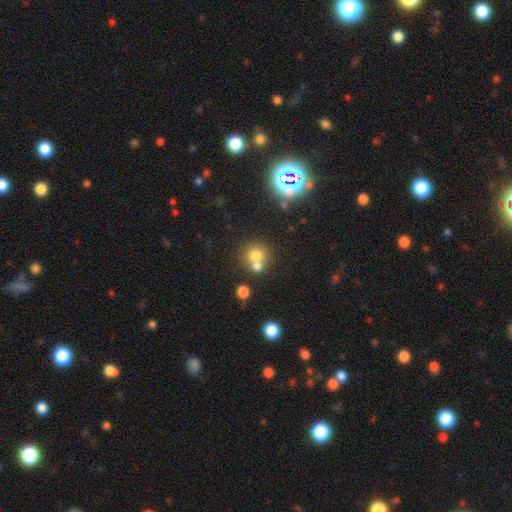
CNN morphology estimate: A smooth galaxy with no disk features (70%) that is round (87%).

Vote fractions:
- Smooth or featured? smooth: 70% / star or artifact: 17% / featured or disk: 13%
- How rounded? round: 87% / in between: 12% / cigar-shaped: 1%
- Merging? none: 46% / merger: 45% / minor disturbance: 7% / major disturbance: 3%